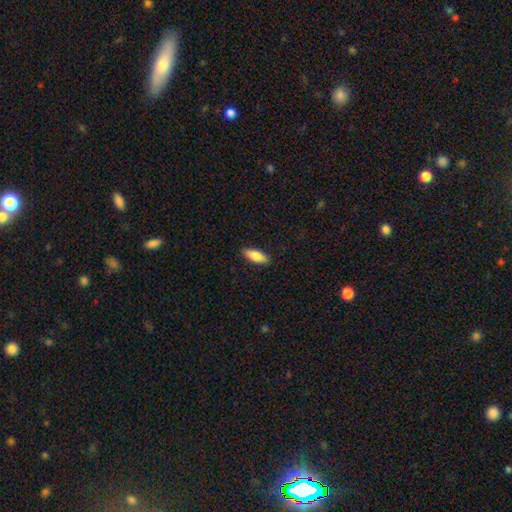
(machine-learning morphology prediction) type=smooth (81%); roundness=in between (66%); merging=none (89%).